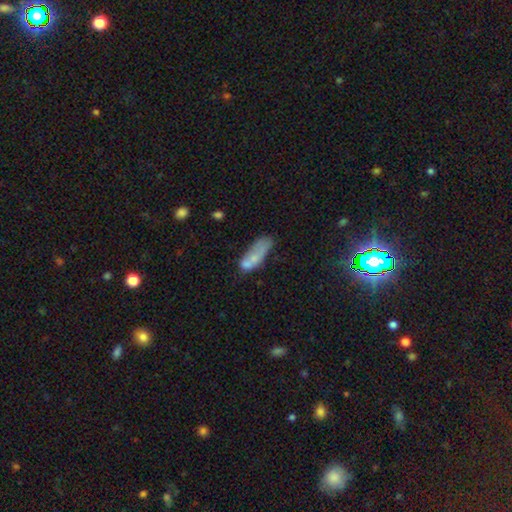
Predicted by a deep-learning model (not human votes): This is likely a smooth galaxy (62%). How rounded: possibly in between (59%). Merging: marginally none (34%).